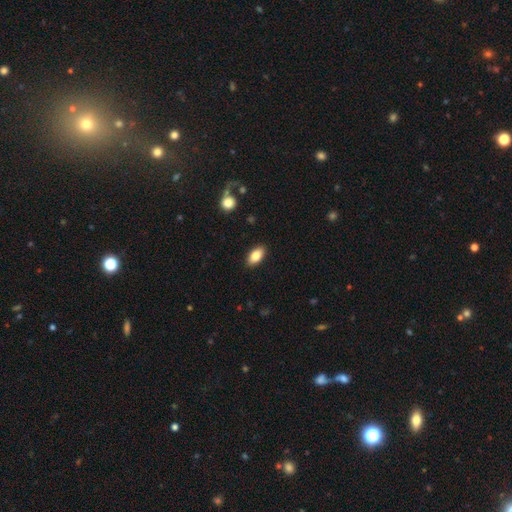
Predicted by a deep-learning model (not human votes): This appears to be a smooth galaxy with no disk features (83%) that is in between round and cigar-shaped (91%). Merging: none (89%).